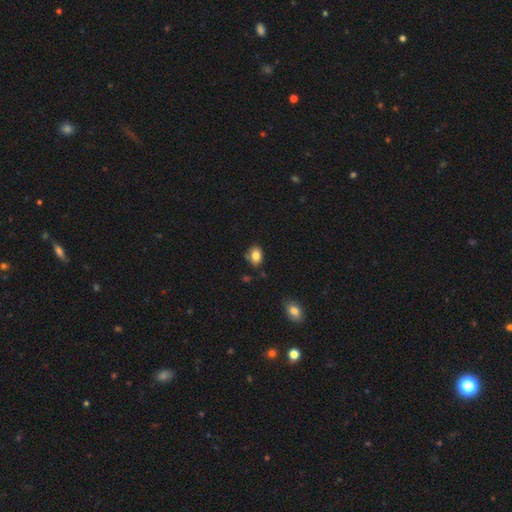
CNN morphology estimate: Overall: smooth (82%). How rounded: in between (68%; round 31%). Merging: none (72%).